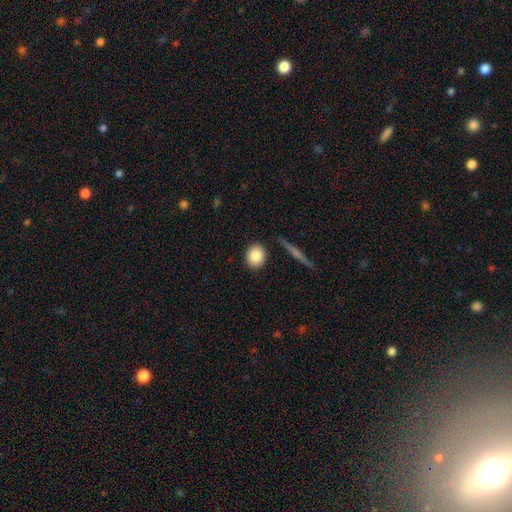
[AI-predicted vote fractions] Overall: smooth (84%). How rounded: round (76%). Merging: none (88%).